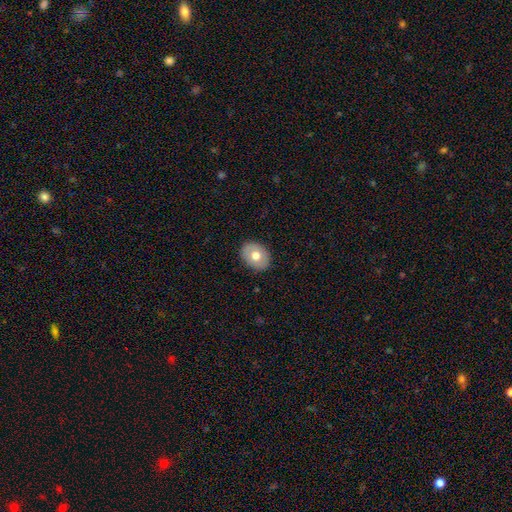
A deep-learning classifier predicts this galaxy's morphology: Smooth or featured: smooth — 69% (featured or disk — 24%)
How rounded: in between — 60% (round — 39%)
Merging: none — 88% (minor disturbance — 9%)